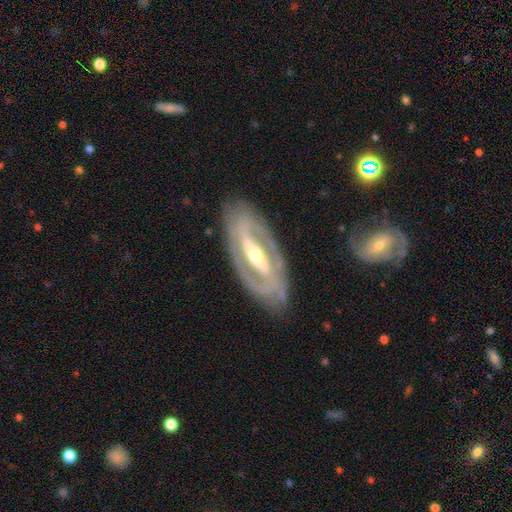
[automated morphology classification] Overall: featured or disk (86%). Edge-on disk: no (90%). Bar: strong (71%). Spiral arms: yes (80%). Spiral arm count: 2 (85%). Spiral winding: tight (49%; medium 38%). Bulge size: moderate (51%; small 43%). Merging: none (82%).